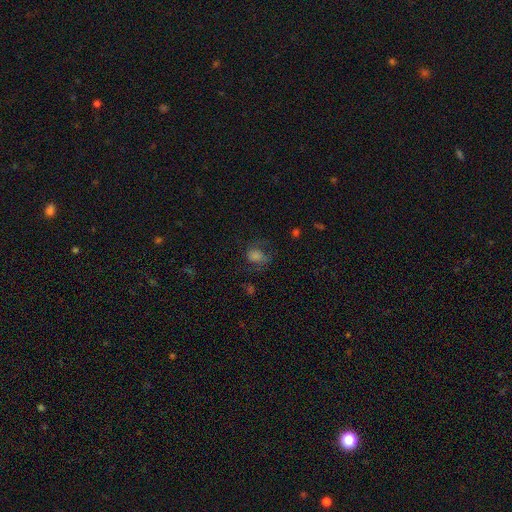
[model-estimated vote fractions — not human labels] This is possibly a smooth galaxy (54%). How rounded: possibly round (53%). Merging: possibly none (56%).